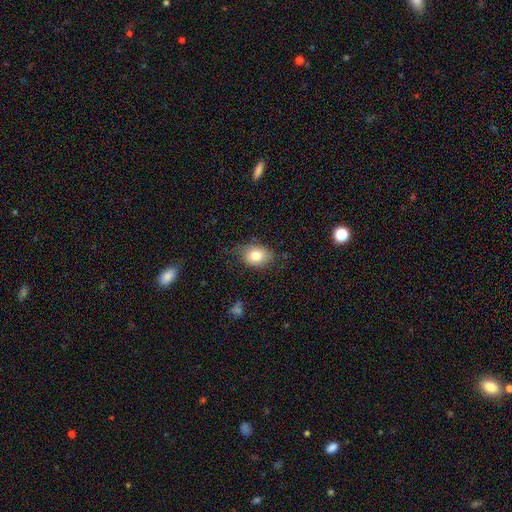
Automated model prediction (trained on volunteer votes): smooth 78%, featured or disk 13%, star or artifact 9%. Down the decision tree: how rounded — in between (66%); merging — none (69%).